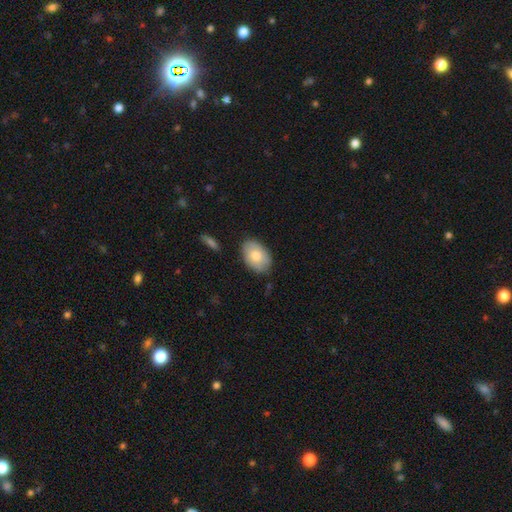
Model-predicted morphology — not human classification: This is likely a smooth galaxy (78%). How rounded: clearly in between (87%). Merging: clearly none (81%).